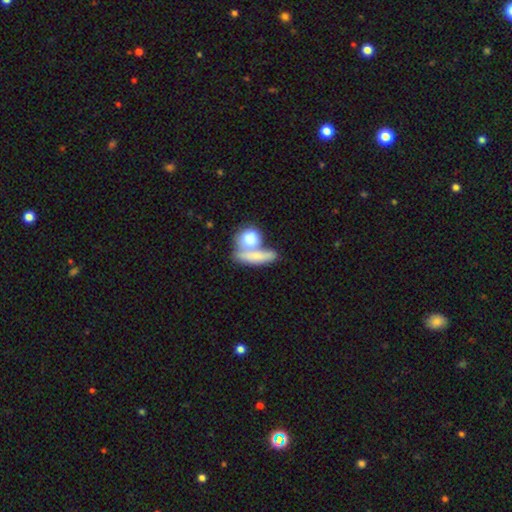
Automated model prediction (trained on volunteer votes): Smooth or featured: smooth — 70% (featured or disk — 23%)
How rounded: in between — 44% (cigar-shaped — 31%)
Merging: merger — 51% (none — 32%)